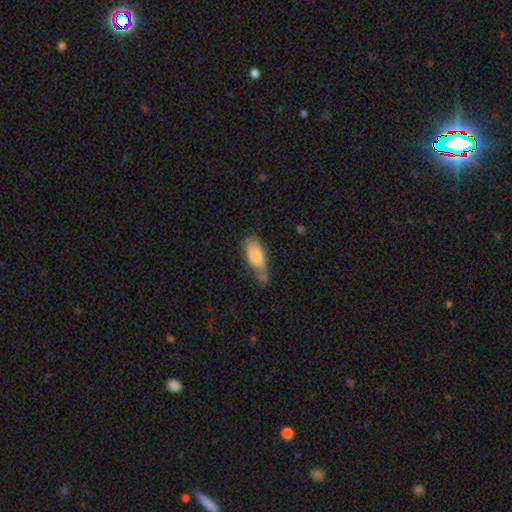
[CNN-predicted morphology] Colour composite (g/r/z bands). It shows a smooth galaxy with no disk features (77%) that is in between round and cigar-shaped (80%). Merging: minor disturbance (43%).